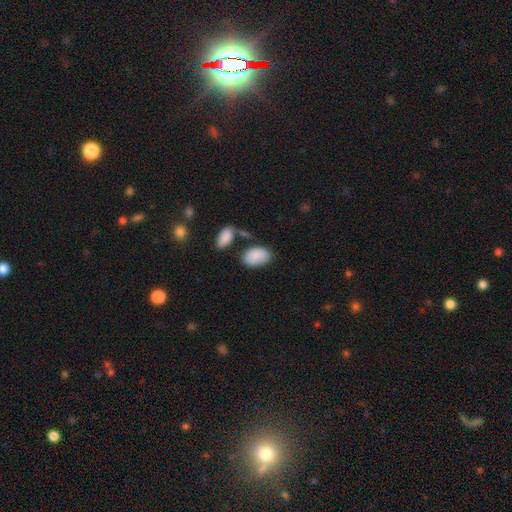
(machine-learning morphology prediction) A smooth galaxy with no disk features (87%) that is in between round and cigar-shaped (91%).

Vote fractions:
- Smooth or featured? smooth: 87% / star or artifact: 7% / featured or disk: 6%
- How rounded? in between: 91% / round: 7% / cigar-shaped: 1%
- Merging? none: 58% / minor disturbance: 20% / merger: 15% / major disturbance: 7%